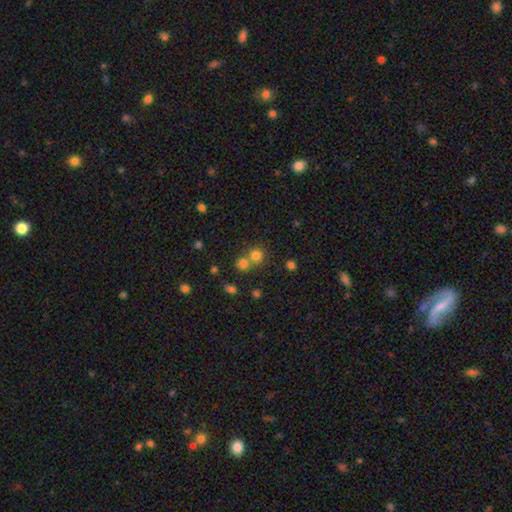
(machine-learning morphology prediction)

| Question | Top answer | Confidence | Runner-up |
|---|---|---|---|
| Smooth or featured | smooth | 76% | star or artifact (16%) |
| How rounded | round | 88% | in between (11%) |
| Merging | none | 54% | merger (37%) |